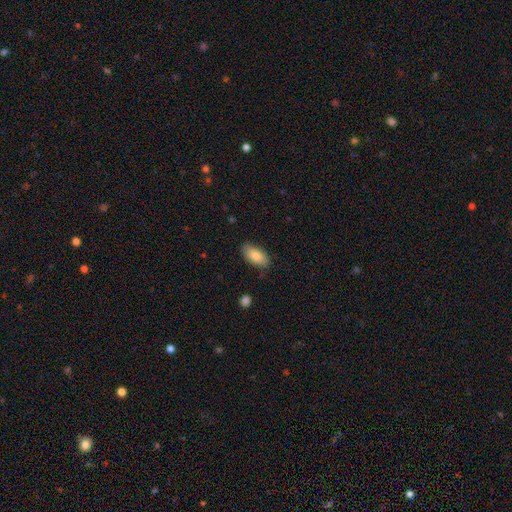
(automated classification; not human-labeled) smooth_or_featured: smooth (p=0.82) [alt: featured or disk p=0.11]
how_rounded: in between (p=0.93) [alt: cigar-shaped p=0.04]
merging: none (p=0.83) [alt: minor disturbance p=0.14]